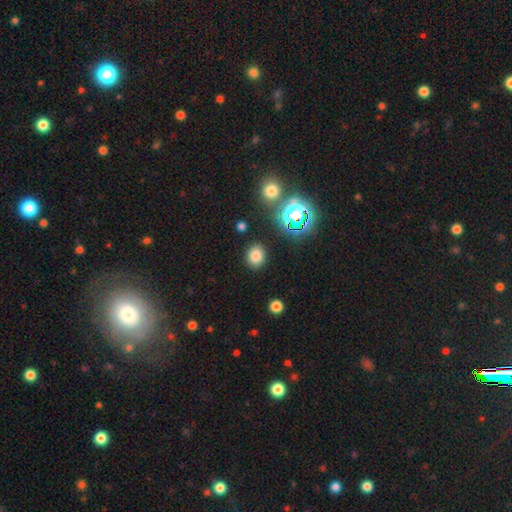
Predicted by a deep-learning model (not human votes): Overall: smooth (77%). How rounded: round (57%; in between 42%). Merging: none (87%).